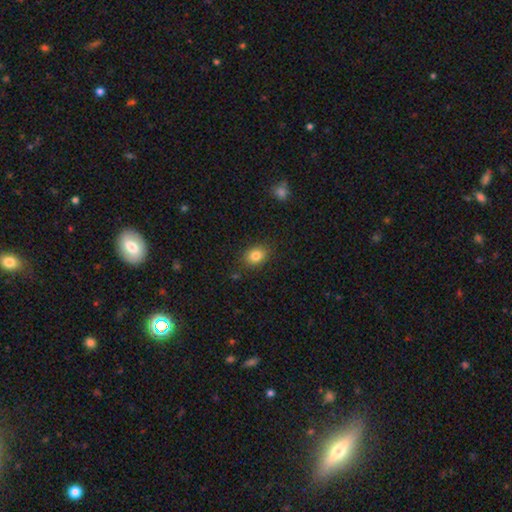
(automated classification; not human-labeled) smooth-or-featured: smooth: 83% | star or artifact: 10% | featured or disk: 7%
  how-rounded: in between: 58% | round: 41% | cigar-shaped: 1%
  merging: none: 85% | minor disturbance: 11% | major disturbance: 3% | merger: 2%